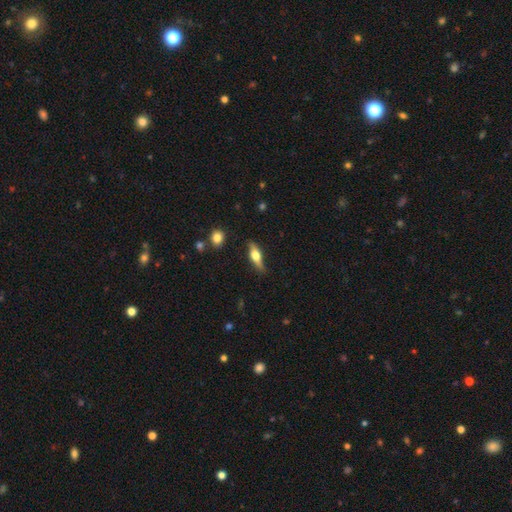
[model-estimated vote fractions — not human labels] Q: Smooth or featured?
A: featured or disk (50%); runner-up: smooth (44%)
Q: Merging?
A: none (79%); runner-up: minor disturbance (15%)